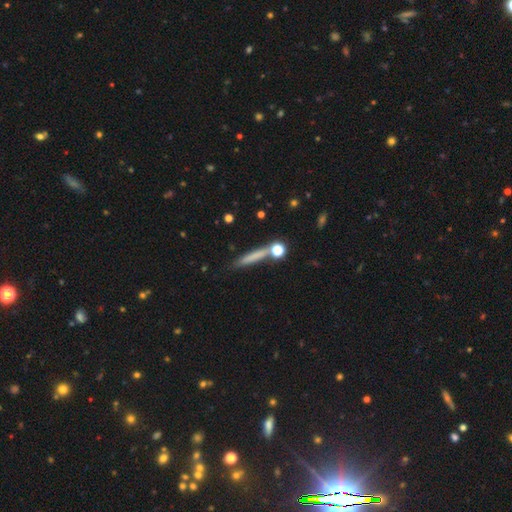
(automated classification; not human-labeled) Smooth or featured? smooth (63%)
How rounded? cigar-shaped (88%)
Merging? none (74%)